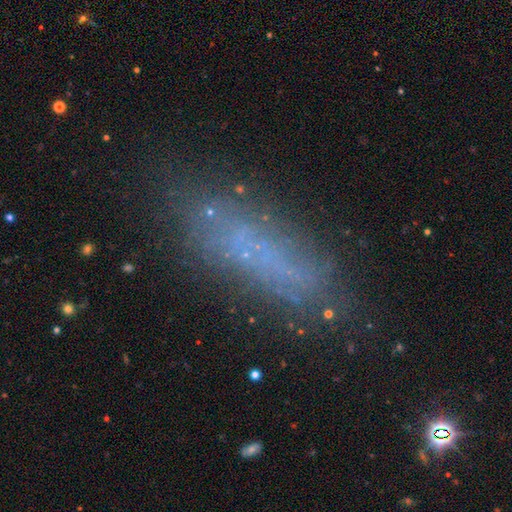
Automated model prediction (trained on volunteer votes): Overall: smooth (48%; featured or disk 34%). Merging: none (68%).